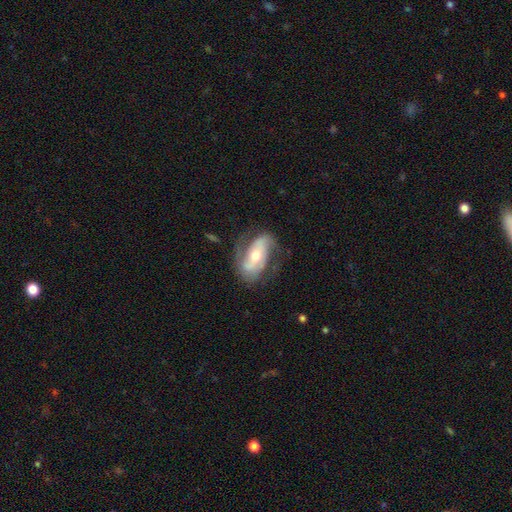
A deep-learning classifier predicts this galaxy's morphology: type=featured or disk (78%); edge-on=no (93%); bar=no (37%); spiral arms=yes (89%); winding=medium (42%); arm count=2 (81%); bulge=moderate (62%); merging=none (63%).